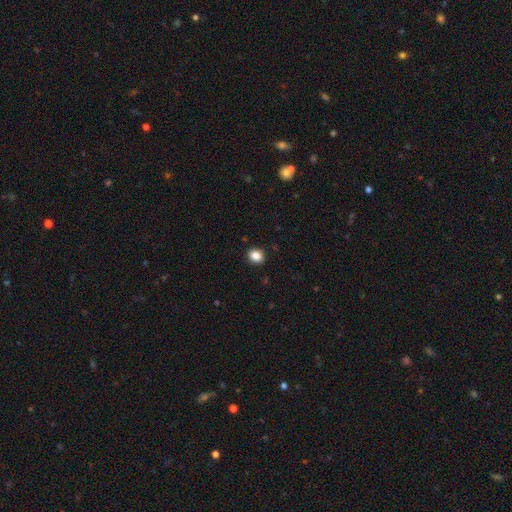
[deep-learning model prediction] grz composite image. It shows a smooth galaxy with no disk features (87%) that is round (60%). Merging: none (90%).